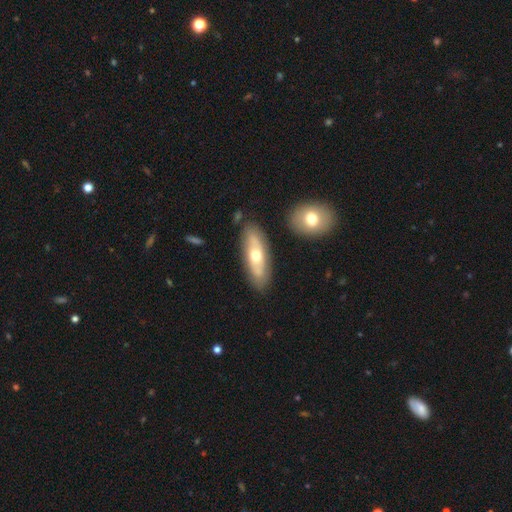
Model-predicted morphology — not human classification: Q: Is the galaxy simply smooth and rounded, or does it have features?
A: featured or disk — 51%.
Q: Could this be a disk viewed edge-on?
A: no — 65%.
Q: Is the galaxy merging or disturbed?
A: none — 82%.